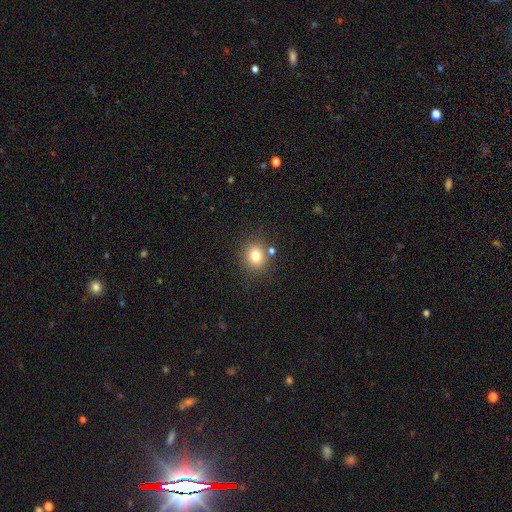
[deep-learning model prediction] smooth_or_featured: smooth (p=0.78) [alt: star or artifact p=0.13]
how_rounded: round (p=0.74) [alt: in between p=0.25]
merging: none (p=0.77) [alt: minor disturbance p=0.11]